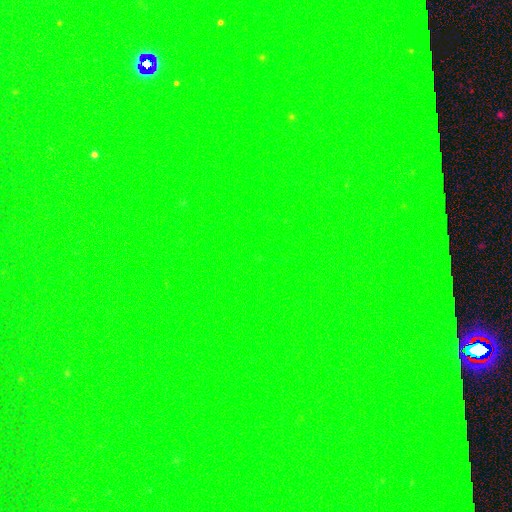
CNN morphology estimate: smooth-or-featured: star or artifact: 79% | smooth: 12% | featured or disk: 9%